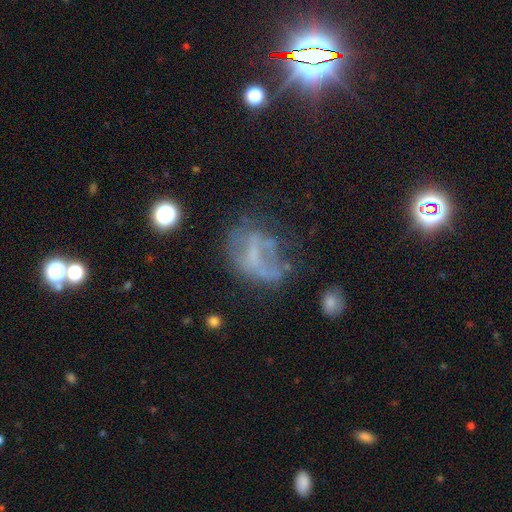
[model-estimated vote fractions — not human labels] The model was most divided on "merging": none: 36%, major disturbance: 34%, minor disturbance: 23%, merger: 7%. More confident: edge-on disk — no (95%); smooth or featured — featured or disk (52%).